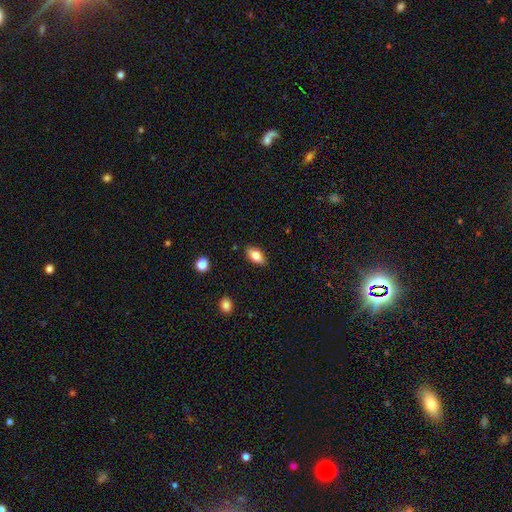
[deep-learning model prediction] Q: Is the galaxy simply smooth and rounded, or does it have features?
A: smooth — 80%.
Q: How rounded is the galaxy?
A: in between — 89%.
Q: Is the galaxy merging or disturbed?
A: none — 85%.